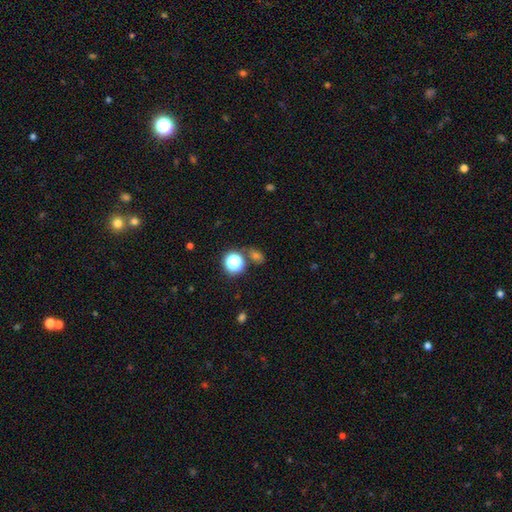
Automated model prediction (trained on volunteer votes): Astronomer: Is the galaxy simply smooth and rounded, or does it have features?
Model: smooth — 47% (runner-up: star or artifact, 44%).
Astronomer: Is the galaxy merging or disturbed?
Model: none — 73%.